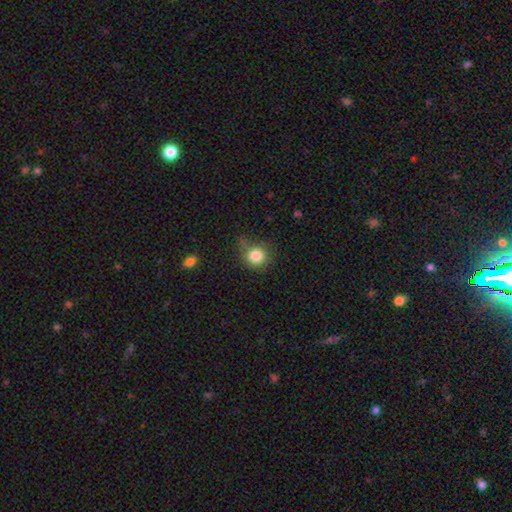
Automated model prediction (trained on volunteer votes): This appears to be a smooth galaxy with no disk features (84%) that is round (88%). Merging: none (71%).